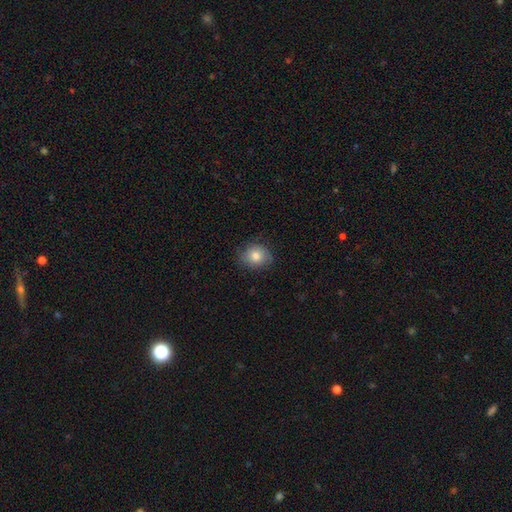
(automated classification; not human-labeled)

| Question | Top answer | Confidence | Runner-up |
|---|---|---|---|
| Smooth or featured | smooth | 79% | featured or disk (13%) |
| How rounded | round | 69% | in between (30%) |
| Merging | none | 77% | minor disturbance (18%) |